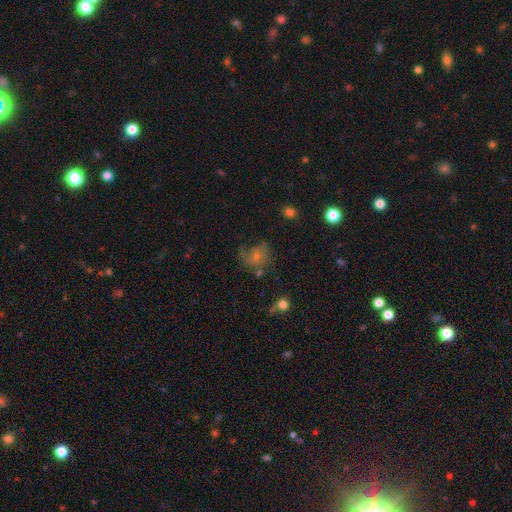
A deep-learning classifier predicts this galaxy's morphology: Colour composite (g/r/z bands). It shows a featured or disk galaxy (53%) with no bar (77%), spiral arms (78%) and a small central bulge (59%). Merging: none (49%).